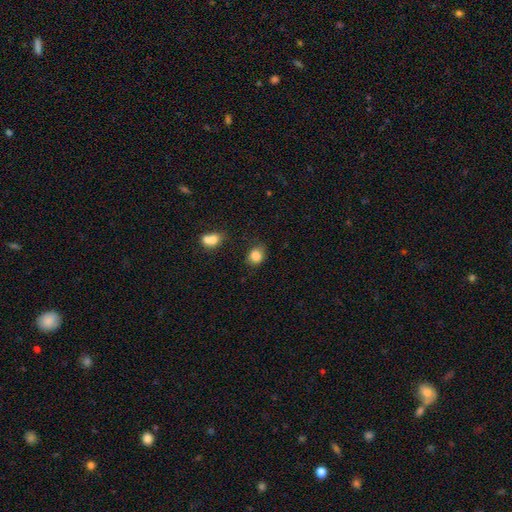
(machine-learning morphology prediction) smooth_or_featured: smooth (p=0.84) [alt: star or artifact p=0.10]
how_rounded: round (p=0.58) [alt: in between p=0.41]
merging: none (p=0.67) [alt: minor disturbance p=0.23]